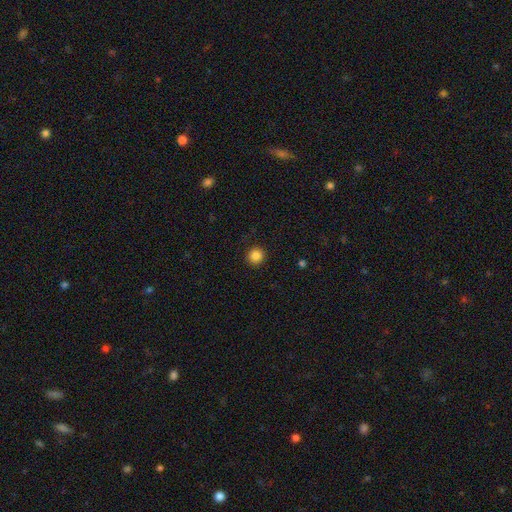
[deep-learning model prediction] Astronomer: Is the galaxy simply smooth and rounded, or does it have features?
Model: smooth — 86%.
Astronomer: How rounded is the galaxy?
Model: round — 94%.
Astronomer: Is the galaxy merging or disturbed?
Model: none — 92%.